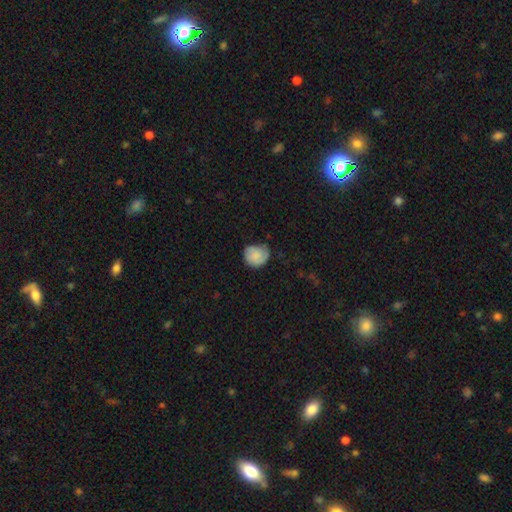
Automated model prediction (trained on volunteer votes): The model was most divided on "merging": none: 57%, minor disturbance: 33%, major disturbance: 9%, merger: 1%. More confident: how rounded — round (76%); smooth or featured — smooth (71%).